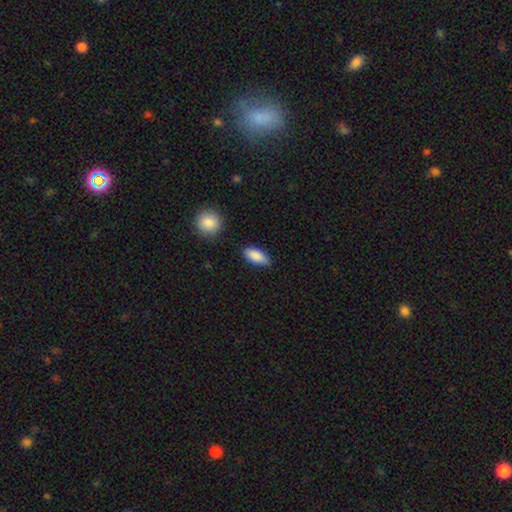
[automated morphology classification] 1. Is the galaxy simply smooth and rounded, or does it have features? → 88% smooth, 6% star or artifact, 6% featured or disk.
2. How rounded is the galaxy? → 88% in between, 10% cigar-shaped, 3% round.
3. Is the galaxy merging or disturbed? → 76% none, 18% minor disturbance, 3% major disturbance, 3% merger.